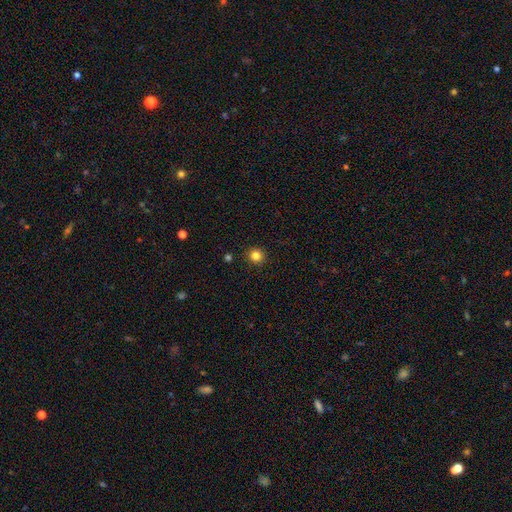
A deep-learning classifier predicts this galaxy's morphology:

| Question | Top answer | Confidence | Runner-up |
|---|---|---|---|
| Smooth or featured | smooth | 82% | star or artifact (13%) |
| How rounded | round | 93% | in between (6%) |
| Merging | none | 92% | minor disturbance (5%) |